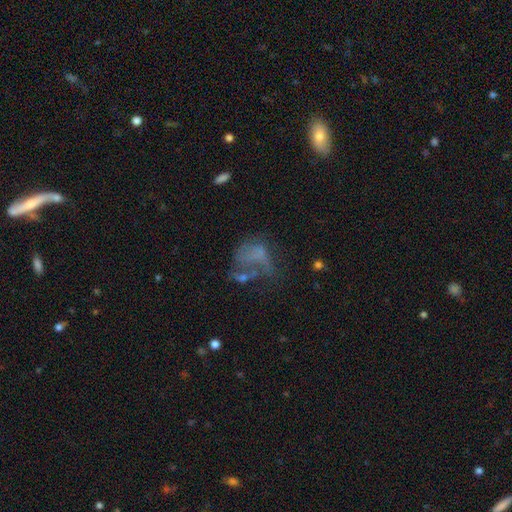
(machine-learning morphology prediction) smooth-or-featured: featured or disk: 44% | smooth: 37% | star or artifact: 19%
  merging: major disturbance: 43% | none: 26% | minor disturbance: 15% | merger: 15%